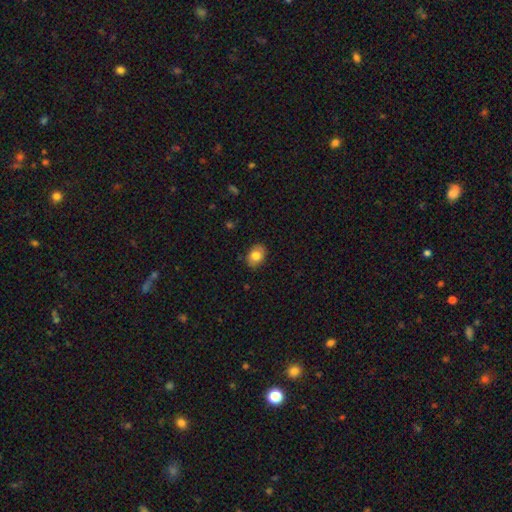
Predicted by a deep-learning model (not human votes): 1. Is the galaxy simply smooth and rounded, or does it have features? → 78% smooth, 14% featured or disk, 8% star or artifact.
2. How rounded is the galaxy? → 70% in between, 29% round, 1% cigar-shaped.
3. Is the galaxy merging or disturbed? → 85% none, 11% minor disturbance, 2% major disturbance, 1% merger.